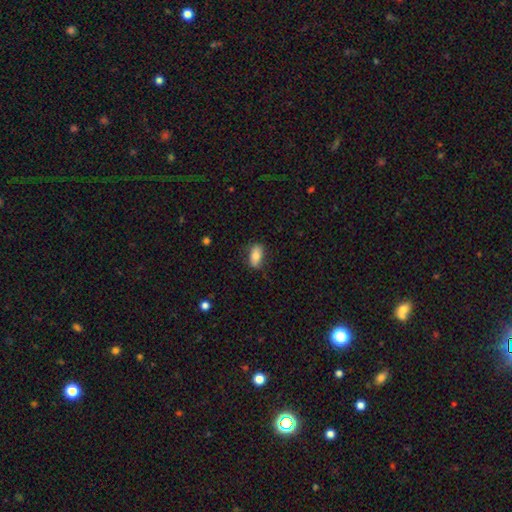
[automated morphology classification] smooth-or-featured: smooth: 78% | featured or disk: 15% | star or artifact: 7%
  how-rounded: in between: 87% | cigar-shaped: 8% | round: 5%
  merging: none: 76% | minor disturbance: 18% | major disturbance: 5% | merger: 1%